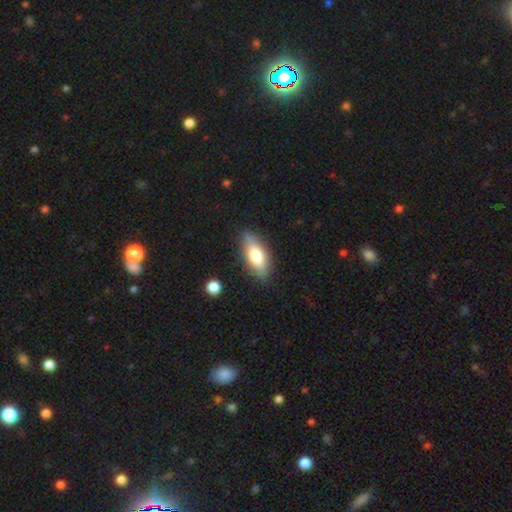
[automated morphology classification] Smooth or featured?
  - smooth: 72% *
  - featured or disk: 22%
  - star or artifact: 6%
How rounded?
  - in between: 79% *
  - cigar-shaped: 18%
  - round: 3%
Merging?
  - none: 83% *
  - minor disturbance: 13%
  - major disturbance: 3%
  - merger: 2%